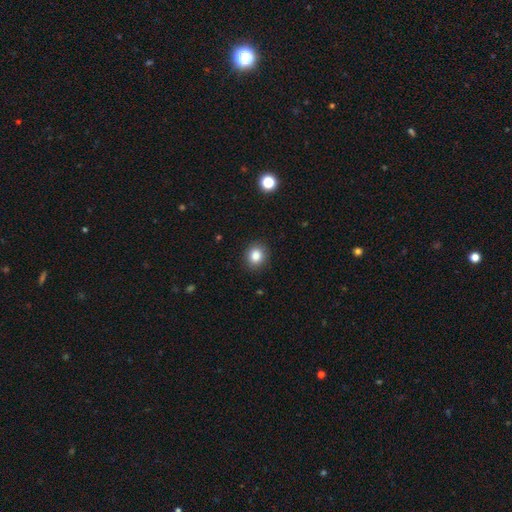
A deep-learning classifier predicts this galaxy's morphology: Smooth or featured? smooth (85%)
How rounded? round (75%)
Merging? none (90%)